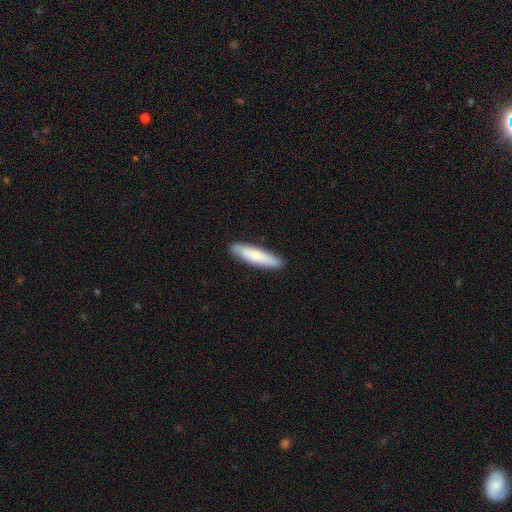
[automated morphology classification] This is likely a smooth galaxy (79%). How rounded: likely cigar-shaped (78%). Merging: clearly none (89%).